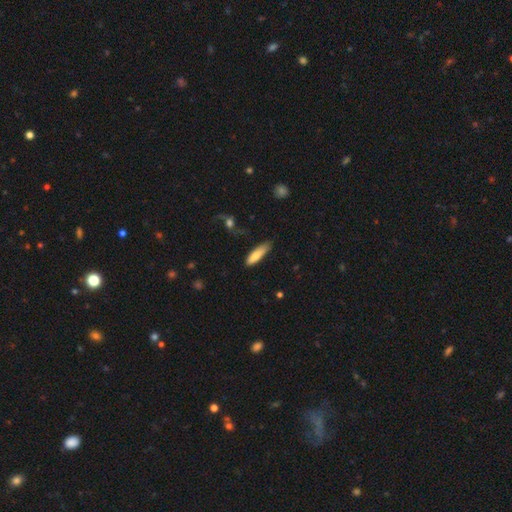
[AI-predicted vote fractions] Overall: smooth (79%). How rounded: cigar-shaped (66%; in between 33%). Merging: none (66%).